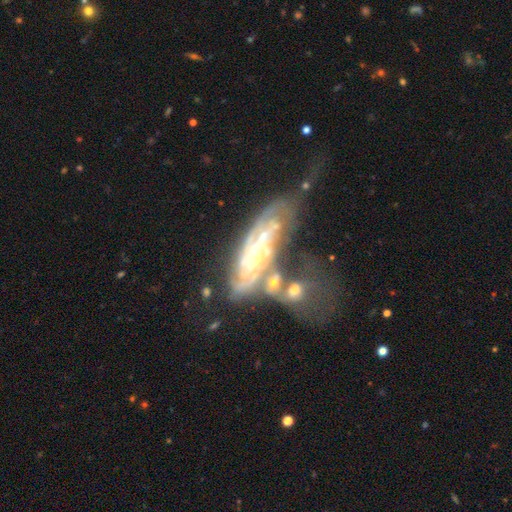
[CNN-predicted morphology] This is clearly a featured or disk galaxy (83%). It is clearly not viewed edge-on (90%). Bar: possibly no (56%). Spiral arm pattern: clearly yes (93%). Spiral arm count: marginally can't tell (36%). Spiral winding: possibly tight (60%). Central bulge: possibly small (56%). Merging: marginally merger (38%).